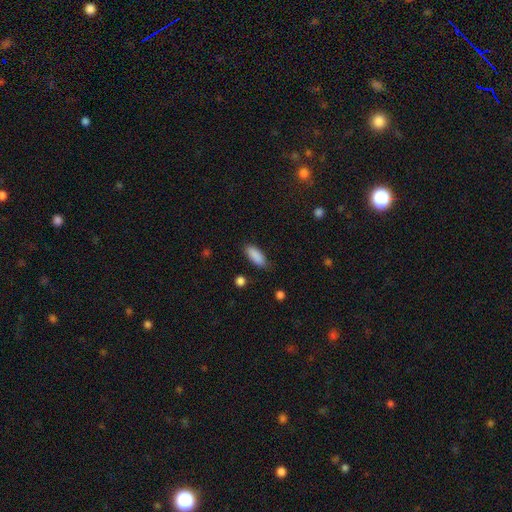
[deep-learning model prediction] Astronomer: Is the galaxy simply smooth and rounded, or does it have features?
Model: smooth — 89%.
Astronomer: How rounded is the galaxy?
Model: in between — 76%.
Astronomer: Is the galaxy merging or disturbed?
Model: none — 80%.